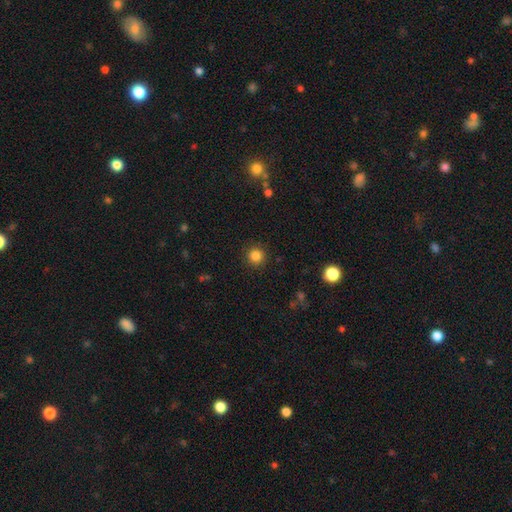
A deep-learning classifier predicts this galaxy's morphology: This is clearly a smooth galaxy (84%). How rounded: clearly round (95%). Merging: clearly none (91%).